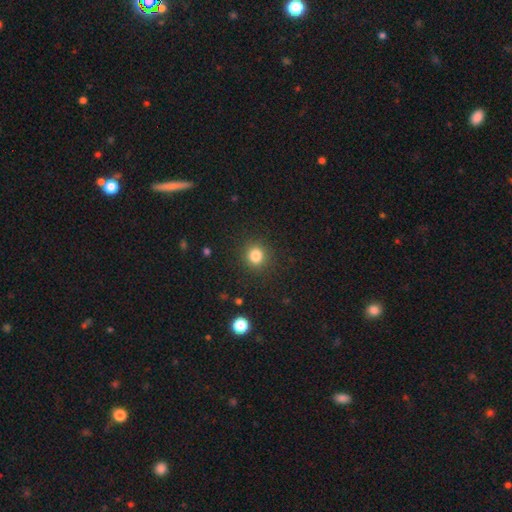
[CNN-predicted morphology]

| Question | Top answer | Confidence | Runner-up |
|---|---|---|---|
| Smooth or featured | smooth | 83% | star or artifact (12%) |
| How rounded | round | 87% | in between (12%) |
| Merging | none | 90% | minor disturbance (7%) |